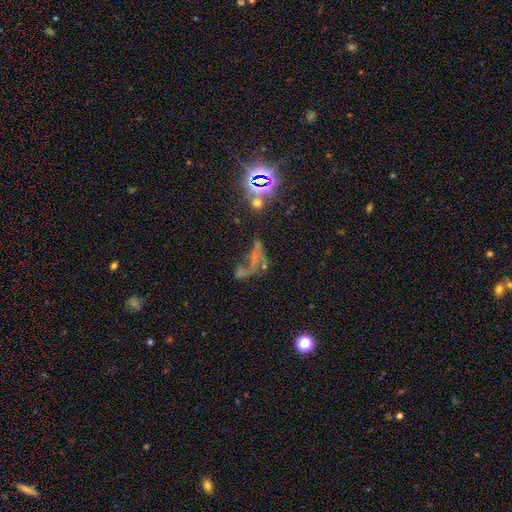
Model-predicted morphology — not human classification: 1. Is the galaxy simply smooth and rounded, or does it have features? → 46% star or artifact, 33% featured or disk, 21% smooth.